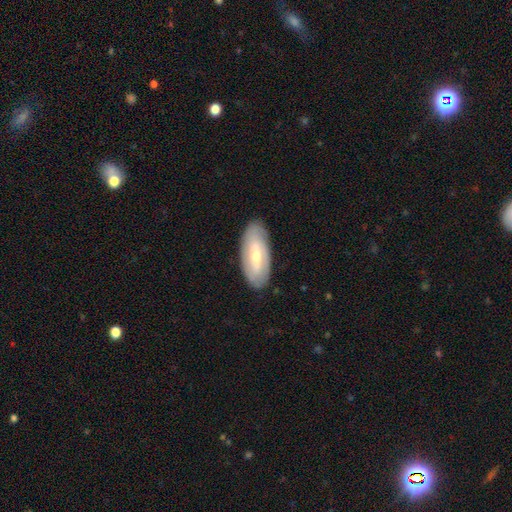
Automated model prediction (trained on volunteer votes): Smooth or featured? featured or disk (55%)
Edge-on disk? no (83%)
Merging? none (85%)